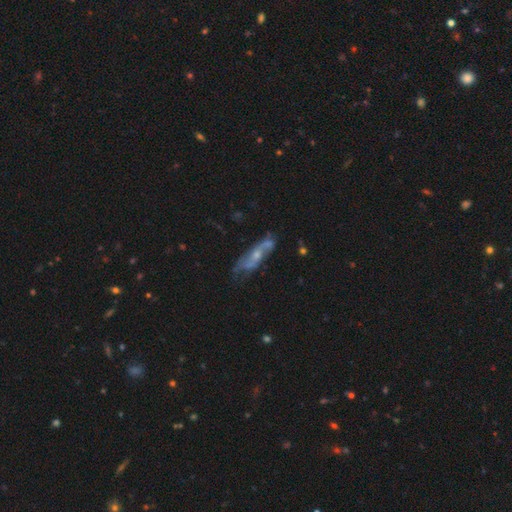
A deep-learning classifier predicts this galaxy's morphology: smooth-or-featured: featured or disk: 64% | smooth: 28% | star or artifact: 8%
  disk-edge-on: no: 69% | yes: 31%
  merging: none: 50% | minor disturbance: 26% | major disturbance: 14% | merger: 10%